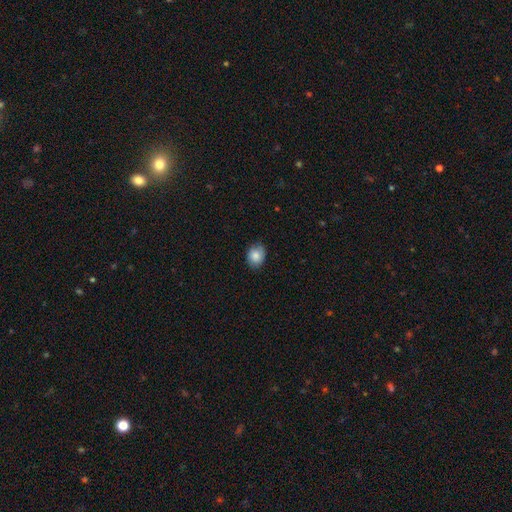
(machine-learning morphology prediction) Overall: smooth (84%). How rounded: round (52%; in between 47%). Merging: none (81%).